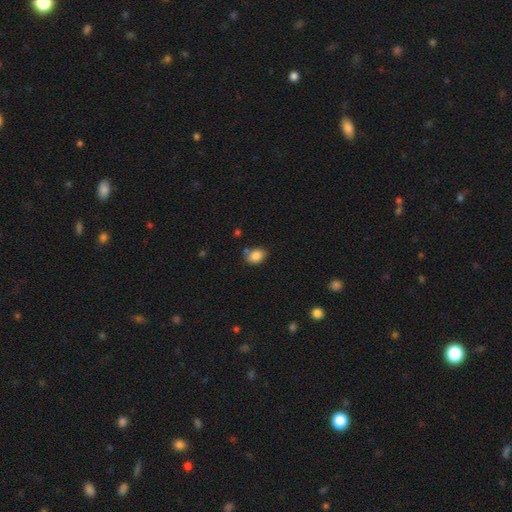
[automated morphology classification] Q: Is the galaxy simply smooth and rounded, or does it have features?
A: smooth — 85%.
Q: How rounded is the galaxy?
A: in between — 74%.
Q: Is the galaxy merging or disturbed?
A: none — 65%.